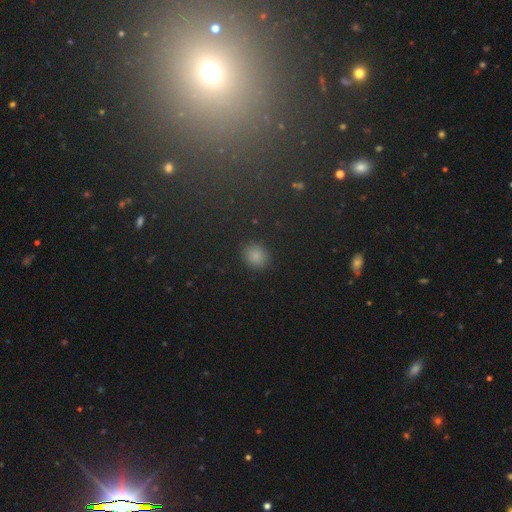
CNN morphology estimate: type=smooth (83%); roundness=round (73%); merging=none (88%).